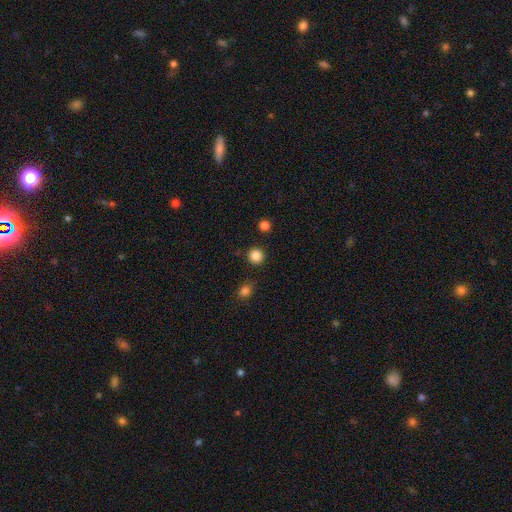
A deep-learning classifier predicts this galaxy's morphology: Smooth or featured?
  - smooth: 85% *
  - star or artifact: 12%
  - featured or disk: 3%
How rounded?
  - round: 94% *
  - in between: 5%
  - cigar-shaped: 1%
Merging?
  - none: 90% *
  - minor disturbance: 6%
  - merger: 2%
  - major disturbance: 2%